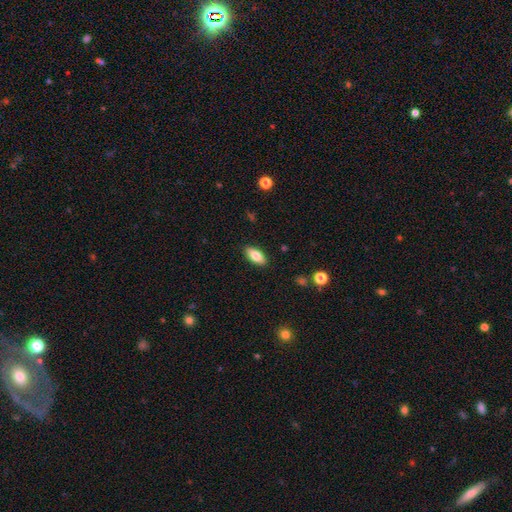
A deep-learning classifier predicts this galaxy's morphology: A smooth galaxy with no disk features (80%) that is in between round and cigar-shaped (88%).

Vote fractions:
- Smooth or featured? smooth: 80% / featured or disk: 13% / star or artifact: 7%
- How rounded? in between: 88% / cigar-shaped: 9% / round: 3%
- Merging? none: 89% / minor disturbance: 8% / major disturbance: 2% / merger: 1%